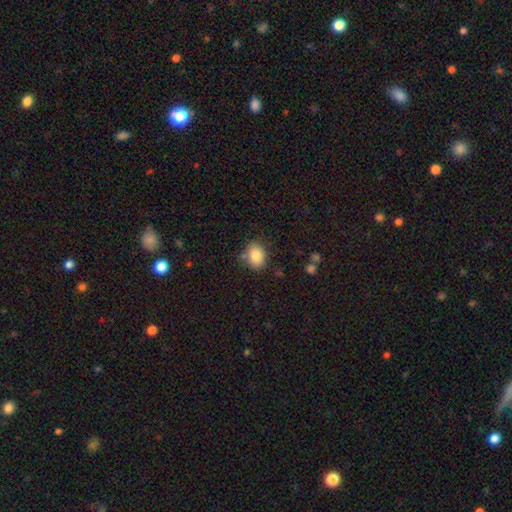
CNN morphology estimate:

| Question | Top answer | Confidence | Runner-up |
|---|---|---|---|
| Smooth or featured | smooth | 83% | star or artifact (9%) |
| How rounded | in between | 58% | round (41%) |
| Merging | none | 77% | minor disturbance (14%) |